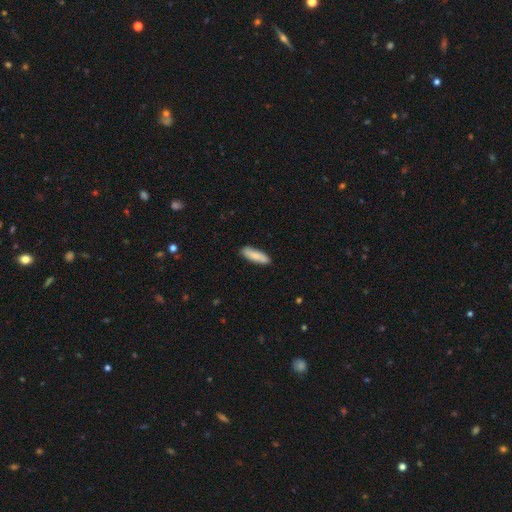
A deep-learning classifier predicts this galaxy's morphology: A smooth galaxy with no disk features (83%) that is cigar-shaped (58%).

Vote fractions:
- Smooth or featured? smooth: 83% / featured or disk: 12% / star or artifact: 6%
- How rounded? cigar-shaped: 58% / in between: 40% / round: 2%
- Merging? none: 87% / minor disturbance: 10% / major disturbance: 2% / merger: 1%